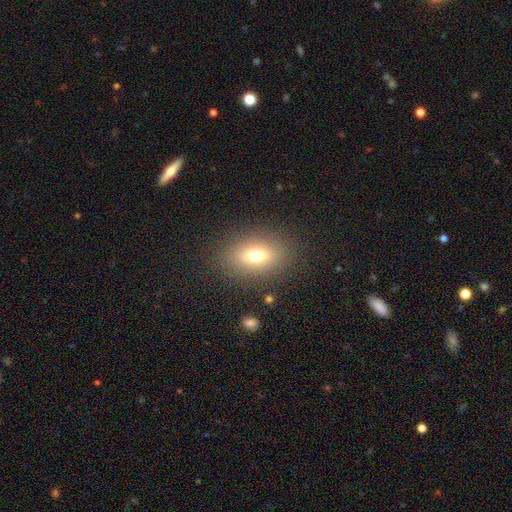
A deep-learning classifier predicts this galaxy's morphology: The model was most divided on "how rounded": in between: 75%, round: 22%, cigar-shaped: 3%. More confident: merging — none (84%); smooth or featured — smooth (70%).